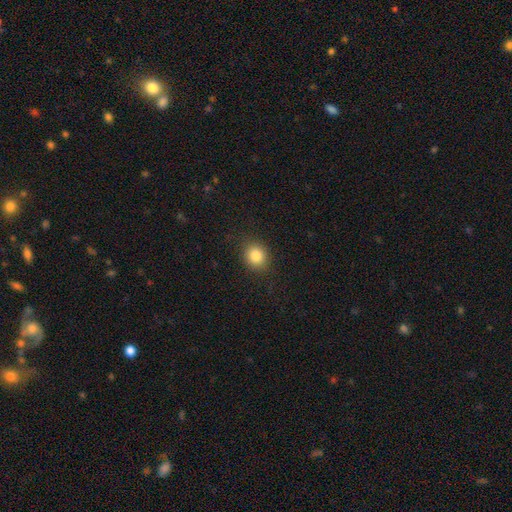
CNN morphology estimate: A smooth galaxy with no disk features (85%) that is round (73%).

Vote fractions:
- Smooth or featured? smooth: 85% / star or artifact: 10% / featured or disk: 5%
- How rounded? round: 73% / in between: 26% / cigar-shaped: 1%
- Merging? none: 87% / minor disturbance: 9% / major disturbance: 3% / merger: 1%